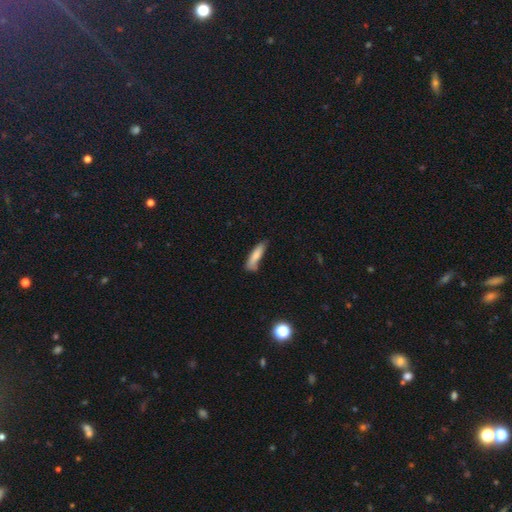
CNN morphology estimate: Smooth or featured: smooth — 79% (featured or disk — 13%)
How rounded: cigar-shaped — 70% (in between — 28%)
Merging: none — 57% (minor disturbance — 29%)